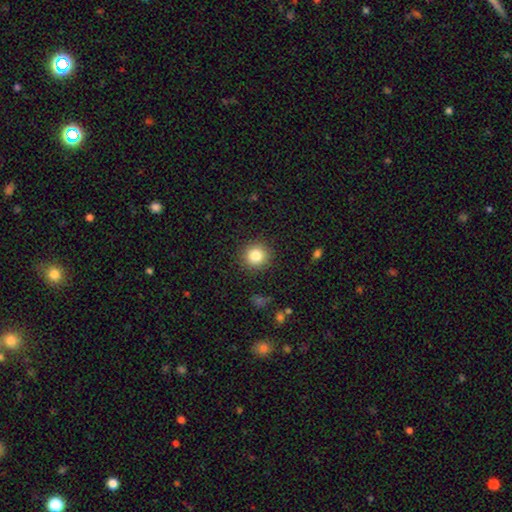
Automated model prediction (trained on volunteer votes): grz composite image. It shows a smooth galaxy with no disk features (82%) that is round (91%). Merging: none (89%).